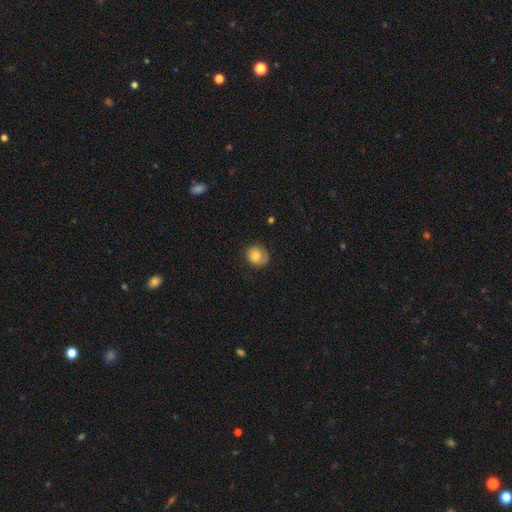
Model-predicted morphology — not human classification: smooth_or_featured: smooth (p=0.77) [alt: featured or disk p=0.14]
how_rounded: round (p=0.74) [alt: in between p=0.25]
merging: none (p=0.71) [alt: minor disturbance p=0.22]